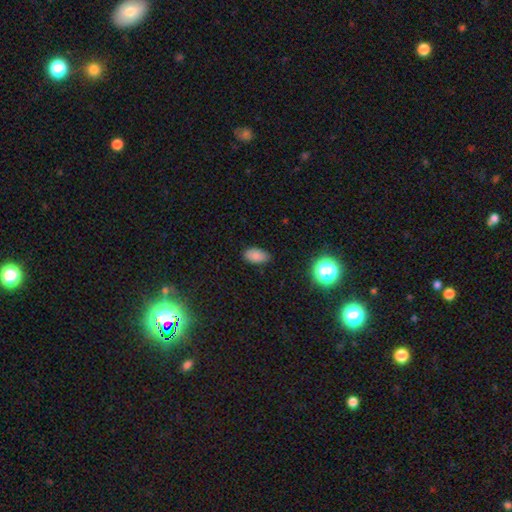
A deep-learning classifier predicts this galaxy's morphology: smooth 83%, star or artifact 12%, featured or disk 5%. Down the decision tree: how rounded — in between (92%); merging — none (82%).